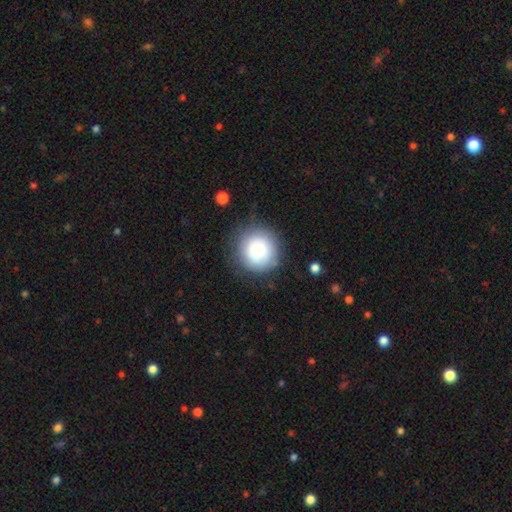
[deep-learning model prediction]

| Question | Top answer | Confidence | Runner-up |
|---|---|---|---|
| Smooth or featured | smooth | 82% | featured or disk (10%) |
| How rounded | round | 92% | in between (7%) |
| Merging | none | 78% | minor disturbance (14%) |